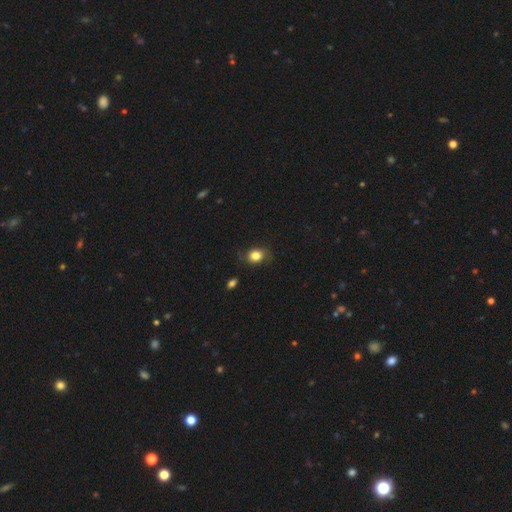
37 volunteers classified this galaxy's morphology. Smooth or featured?
  - smooth: 78% *
  - featured or disk: 16%
  - star or artifact: 5%
How rounded?
  - round: 52% *
  - in between: 45%
  - cigar-shaped: 3%
Merging?
  - none: 83% *
  - minor disturbance: 9%
  - major disturbance: 9%
  - merger: 0%